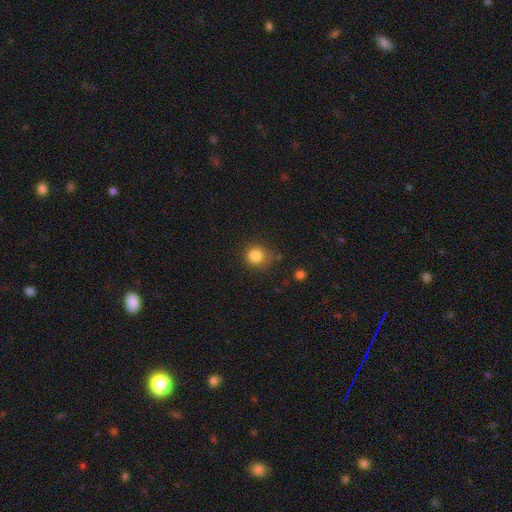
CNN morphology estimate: Q: Smooth or featured?
A: smooth (84%); runner-up: star or artifact (10%)
Q: How rounded?
A: round (81%); runner-up: in between (18%)
Q: Merging?
A: none (62%); runner-up: minor disturbance (25%)